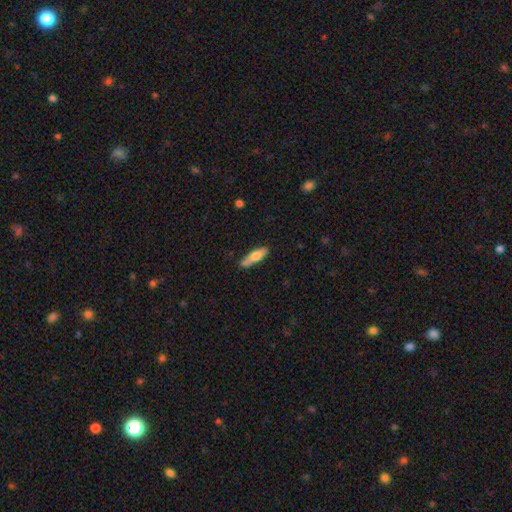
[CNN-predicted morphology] The model was most divided on "how rounded": cigar-shaped: 58%, in between: 40%, round: 2%. More confident: smooth or featured — smooth (67%); merging — none (65%).